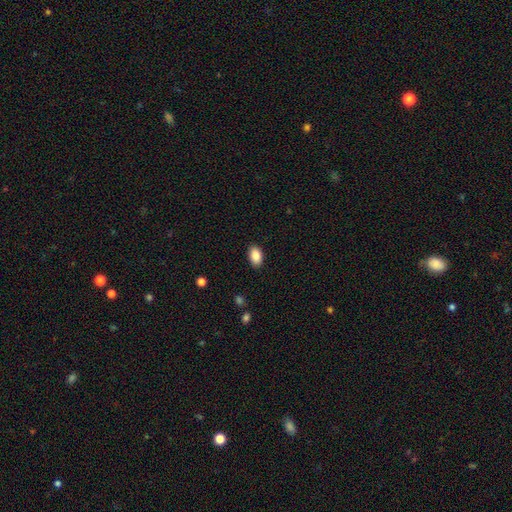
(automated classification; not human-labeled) Smooth or featured: smooth — 89% (star or artifact — 7%)
How rounded: in between — 93% (round — 6%)
Merging: none — 88% (minor disturbance — 9%)